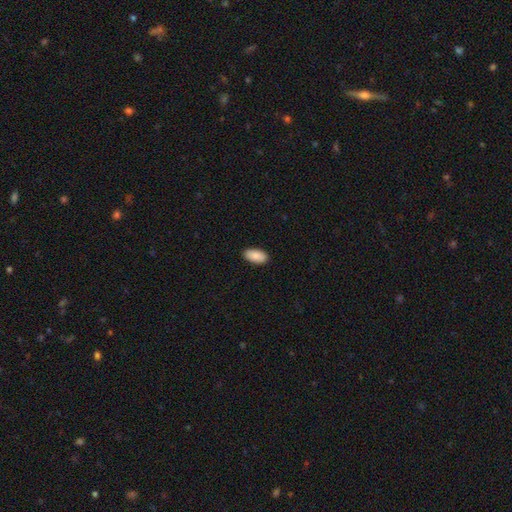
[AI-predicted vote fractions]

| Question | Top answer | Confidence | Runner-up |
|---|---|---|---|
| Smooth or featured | smooth | 89% | star or artifact (6%) |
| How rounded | in between | 95% | cigar-shaped (3%) |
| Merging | none | 90% | minor disturbance (7%) |